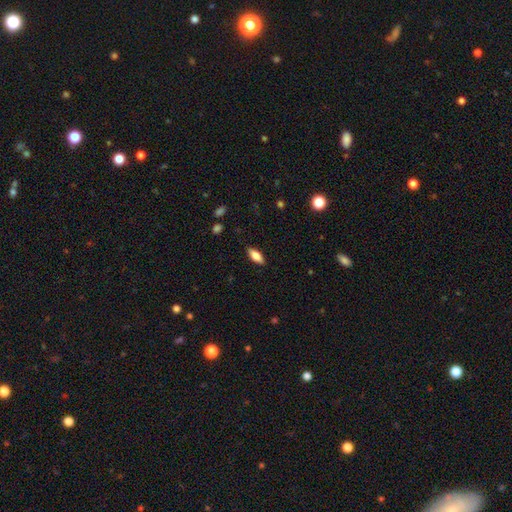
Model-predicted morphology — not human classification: Smooth or featured: smooth — 75% (featured or disk — 18%)
How rounded: in between — 77% (cigar-shaped — 21%)
Merging: none — 88% (minor disturbance — 9%)